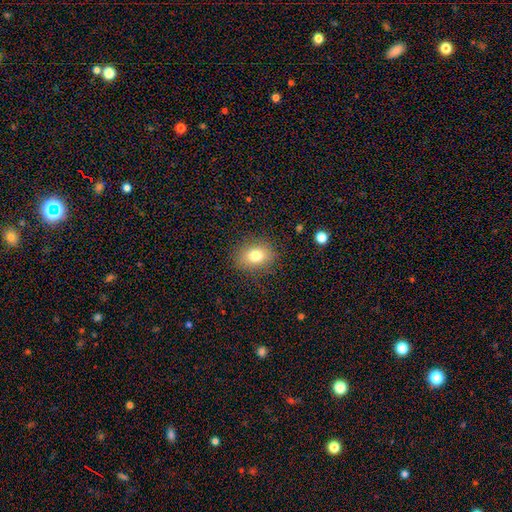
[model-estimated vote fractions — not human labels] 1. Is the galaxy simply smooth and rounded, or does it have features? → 77% smooth, 11% featured or disk, 11% star or artifact.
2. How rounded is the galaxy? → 53% in between, 45% round, 1% cigar-shaped.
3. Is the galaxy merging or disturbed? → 86% none, 10% minor disturbance, 3% major disturbance, 1% merger.